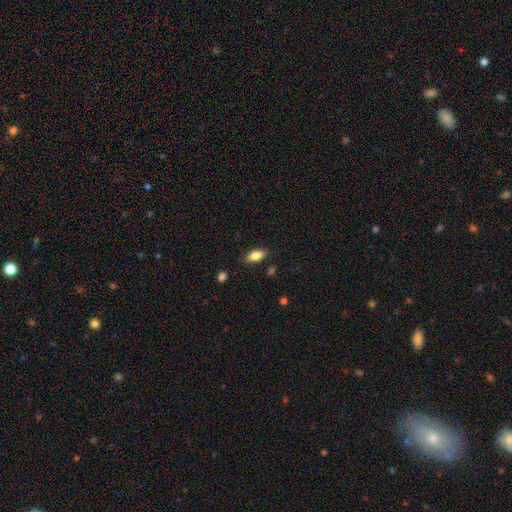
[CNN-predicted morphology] smooth-or-featured: smooth: 82% | featured or disk: 10% | star or artifact: 7%
  how-rounded: in between: 88% | cigar-shaped: 9% | round: 3%
  merging: none: 84% | minor disturbance: 12% | major disturbance: 2% | merger: 2%